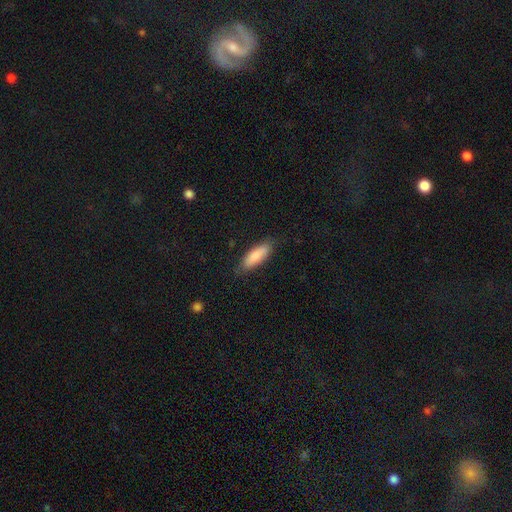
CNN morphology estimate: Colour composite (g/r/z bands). It shows a smooth galaxy with no disk features (84%) that is in between round and cigar-shaped (64%). Merging: none (81%).